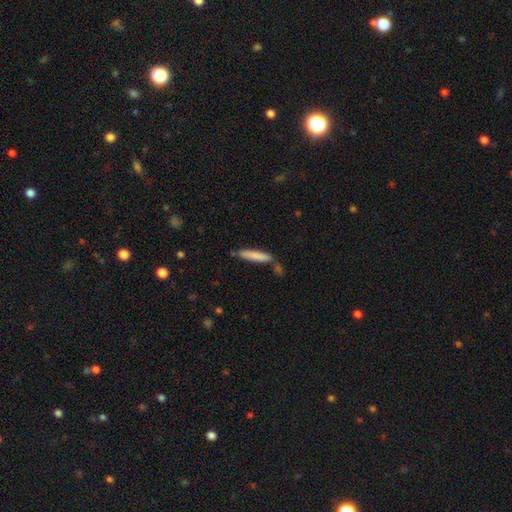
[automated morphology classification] Smooth or featured?
  - smooth: 80% *
  - featured or disk: 15%
  - star or artifact: 6%
How rounded?
  - cigar-shaped: 90% *
  - in between: 9%
  - round: 1%
Merging?
  - none: 71% *
  - minor disturbance: 15%
  - merger: 10%
  - major disturbance: 4%